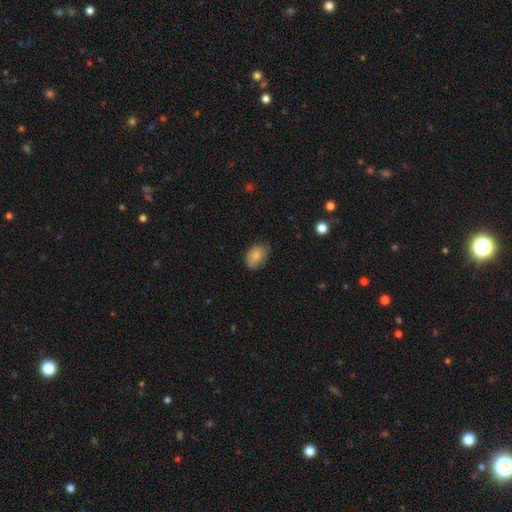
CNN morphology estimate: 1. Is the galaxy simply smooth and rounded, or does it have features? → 82% smooth, 11% featured or disk, 7% star or artifact.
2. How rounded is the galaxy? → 82% in between, 17% round, 1% cigar-shaped.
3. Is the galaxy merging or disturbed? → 74% none, 21% minor disturbance, 4% major disturbance, 1% merger.